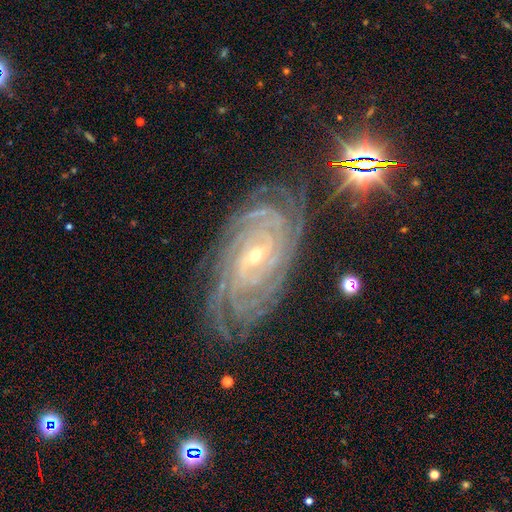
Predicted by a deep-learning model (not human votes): This appears to be a featured or disk galaxy (89%) with no bar (38%, tied with weak), 4 (26%, tied with more than 4) tight (85%) spiral arms (98%) and a small central bulge (68%). Merging: none (79%).